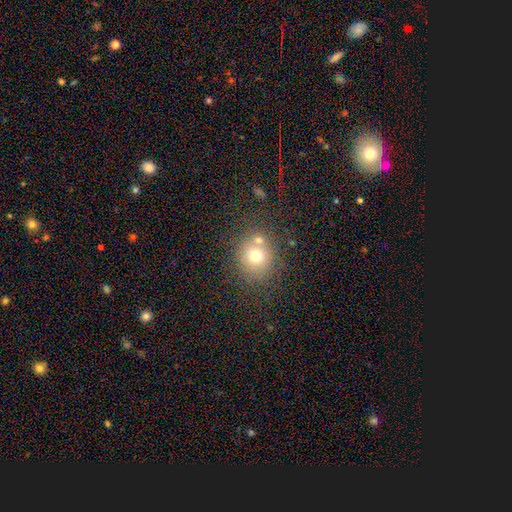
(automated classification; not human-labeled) Smooth or featured? smooth (68%)
How rounded? round (79%)
Merging? none (58%)